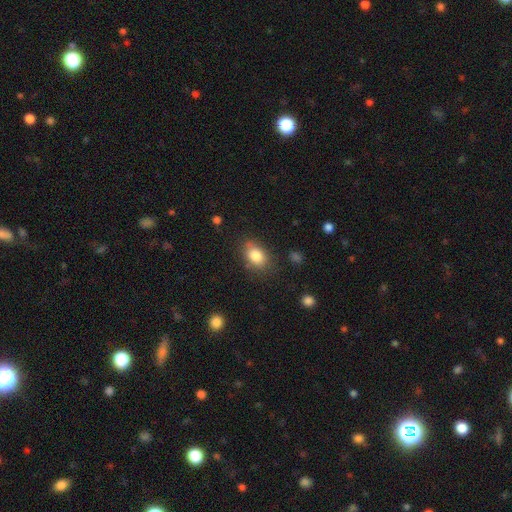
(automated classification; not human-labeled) Q: Smooth or featured?
A: smooth (83%); runner-up: featured or disk (8%)
Q: How rounded?
A: in between (80%); runner-up: round (18%)
Q: Merging?
A: none (76%); runner-up: minor disturbance (17%)